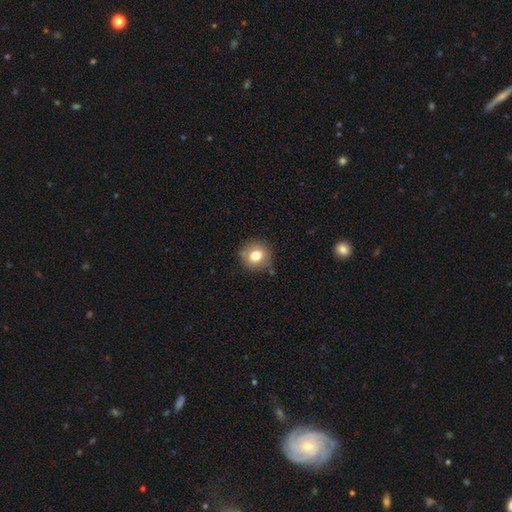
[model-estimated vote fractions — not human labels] Smooth or featured? Predicted: smooth (p=0.77). How rounded? Predicted: round (p=0.87). Merging? Predicted: none (p=0.82).